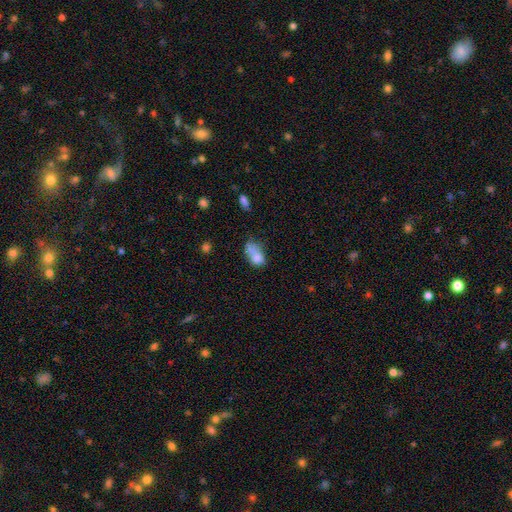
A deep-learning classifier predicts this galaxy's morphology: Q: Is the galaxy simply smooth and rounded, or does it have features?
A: smooth — 71%.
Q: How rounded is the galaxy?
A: in between — 79%.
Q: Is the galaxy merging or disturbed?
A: merger — 36%.